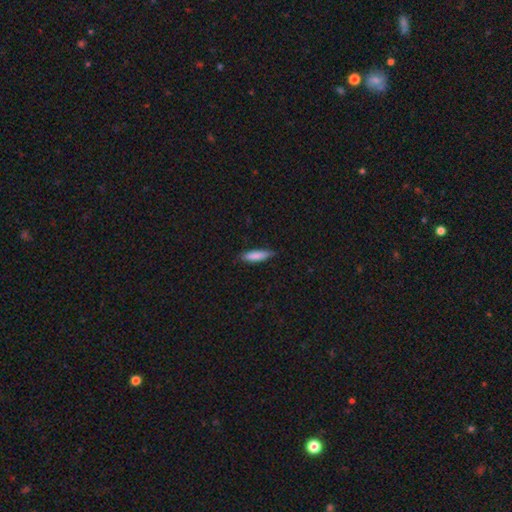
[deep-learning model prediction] This is clearly a smooth galaxy (84%). How rounded: likely cigar-shaped (65%). Merging: clearly none (80%).